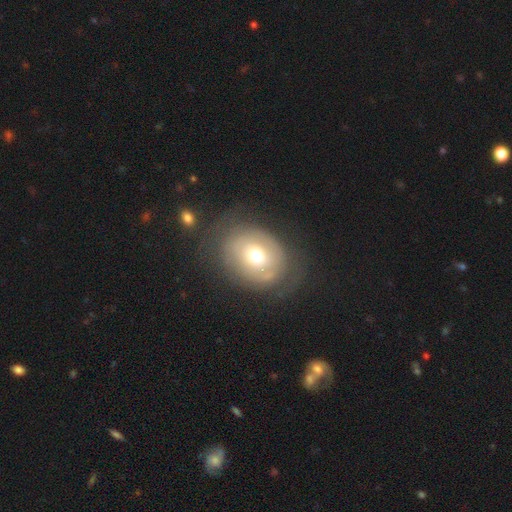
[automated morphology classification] smooth 47%, featured or disk 44%, star or artifact 9%. Down the decision tree: merging — none (63%).